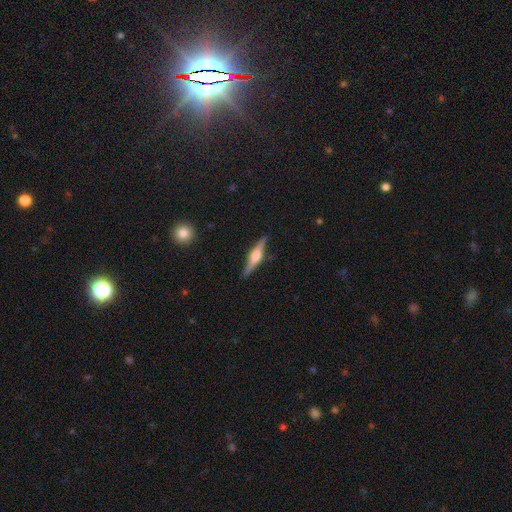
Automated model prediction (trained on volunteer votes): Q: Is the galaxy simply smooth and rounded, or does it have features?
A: featured or disk — 75%.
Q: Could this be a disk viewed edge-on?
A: yes — 97%.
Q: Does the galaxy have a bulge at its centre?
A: rounded — 87%.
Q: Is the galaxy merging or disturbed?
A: none — 88%.